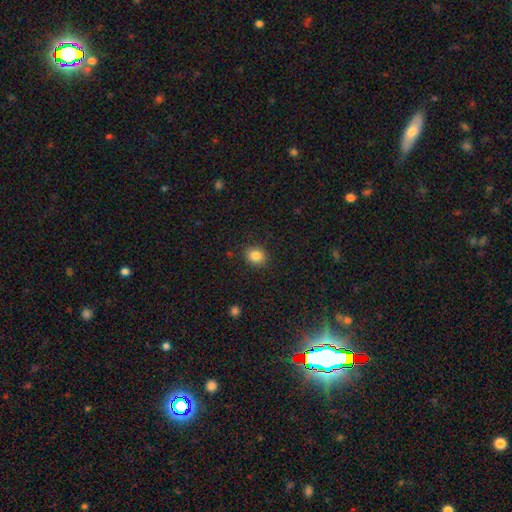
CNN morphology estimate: type=smooth (84%); roundness=round (62%); merging=none (88%).